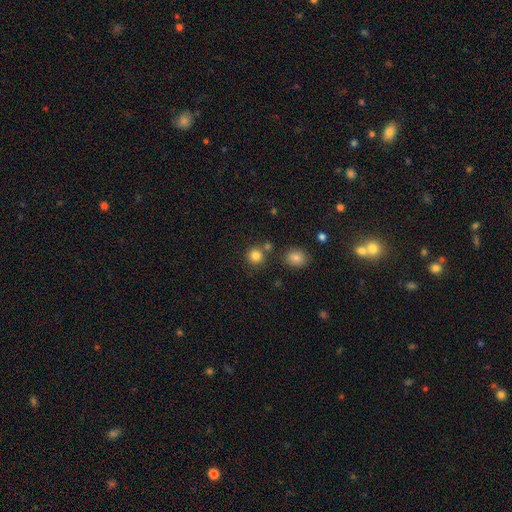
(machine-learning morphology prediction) type=smooth (82%); roundness=round (91%); merging=none (76%).